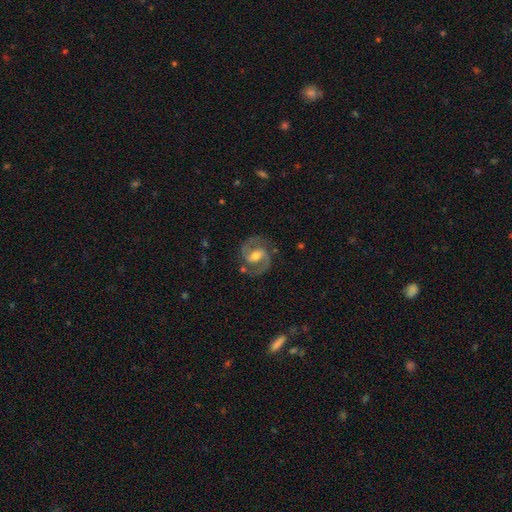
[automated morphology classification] Smooth or featured?
  - featured or disk: 90% *
  - smooth: 5%
  - star or artifact: 5%
Edge-on disk?
  - no: 98% *
  - yes: 2%
Bar?
  - weak: 47% *
  - strong: 34%
  - no: 19%
Spiral arms?
  - yes: 97% *
  - no: 3%
Spiral winding?
  - medium: 63% *
  - tight: 24%
  - loose: 13%
Spiral arm count?
  - 2: 94% *
  - can't tell: 2%
  - 1: 1%
  - 3: 1%
  - 4: 1%
  - more than 4: 1%
Bulge size?
  - moderate: 63% *
  - small: 27%
  - large: 7%
  - none: 2%
  - dominant: 1%
Merging?
  - none: 83% *
  - minor disturbance: 11%
  - major disturbance: 4%
  - merger: 2%